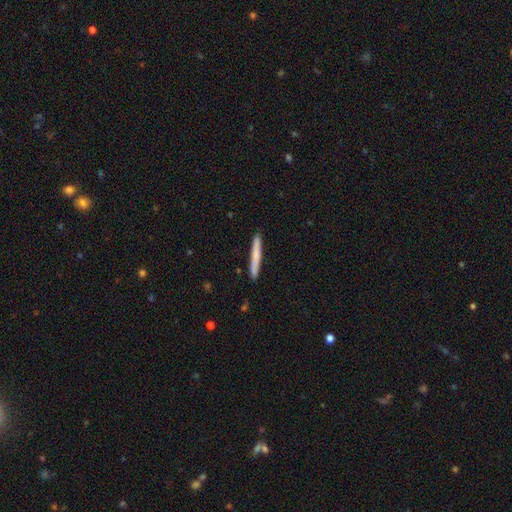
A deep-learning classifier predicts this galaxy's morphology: smooth_or_featured: smooth (p=0.66) [alt: featured or disk p=0.29]
how_rounded: cigar-shaped (p=0.96) [alt: in between p=0.03]
merging: none (p=0.90) [alt: minor disturbance p=0.07]